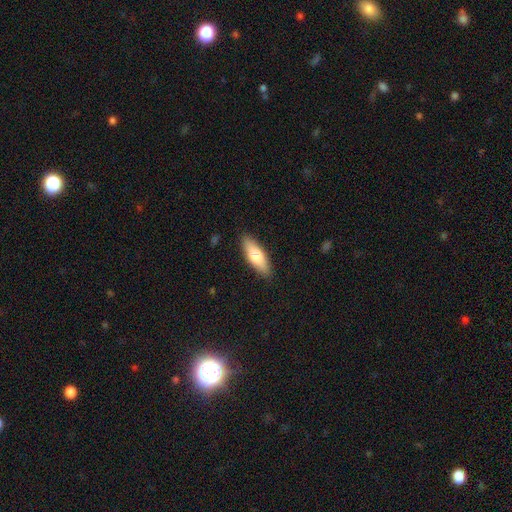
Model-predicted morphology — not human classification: Smooth or featured? smooth (74%)
How rounded? in between (57%)
Merging? none (88%)